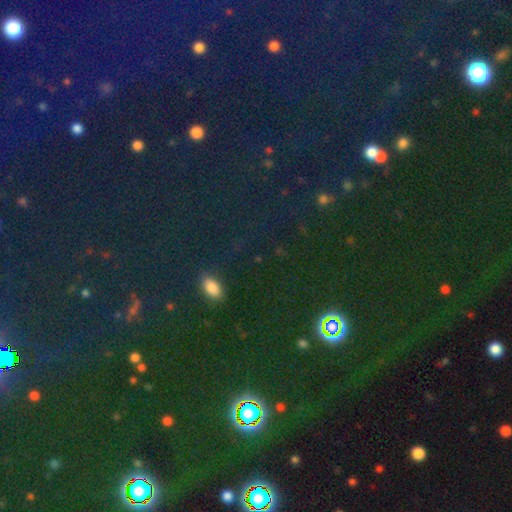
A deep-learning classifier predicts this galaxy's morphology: star or artifact 59%, smooth 32%, featured or disk 9%.